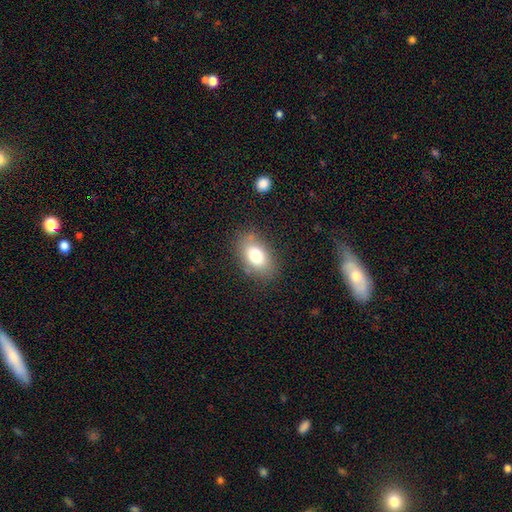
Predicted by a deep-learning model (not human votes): smooth 78%, featured or disk 13%, star or artifact 9%. Down the decision tree: how rounded — in between (87%); merging — none (79%).